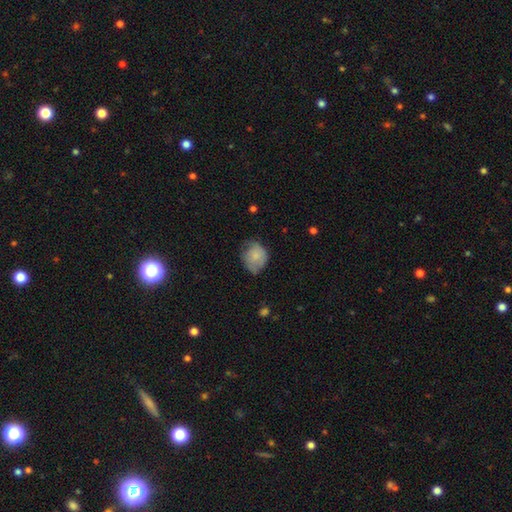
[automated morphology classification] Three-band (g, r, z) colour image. It shows a smooth galaxy with no disk features (73%) that is round (59%). Merging: none (45%).